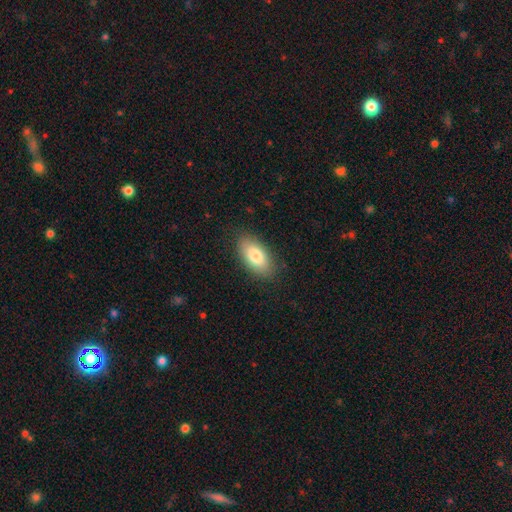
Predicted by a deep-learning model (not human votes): This is clearly a smooth galaxy (82%). How rounded: clearly in between (92%). Merging: clearly none (86%).